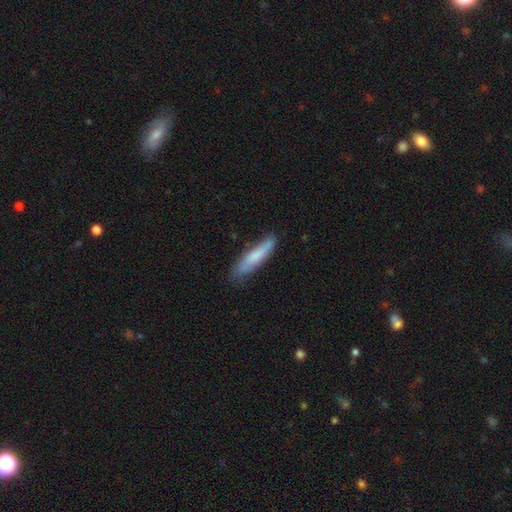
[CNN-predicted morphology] smooth-or-featured: smooth: 71% | featured or disk: 23% | star or artifact: 6%
  how-rounded: cigar-shaped: 81% | in between: 18% | round: 1%
  merging: none: 70% | minor disturbance: 24% | major disturbance: 5% | merger: 2%